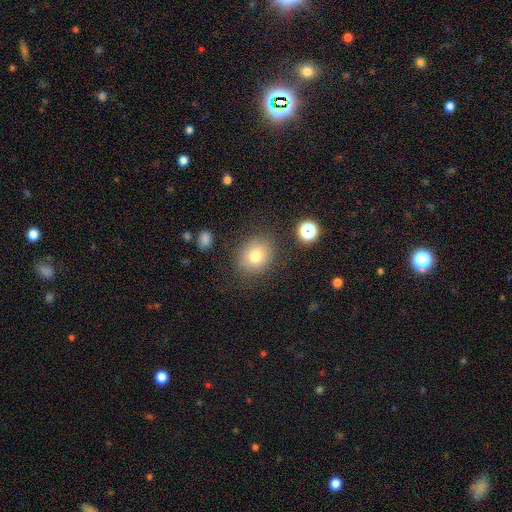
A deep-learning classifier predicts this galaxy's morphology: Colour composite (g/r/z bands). It shows a smooth galaxy with no disk features (76%) that is round (67%). Merging: none (81%).